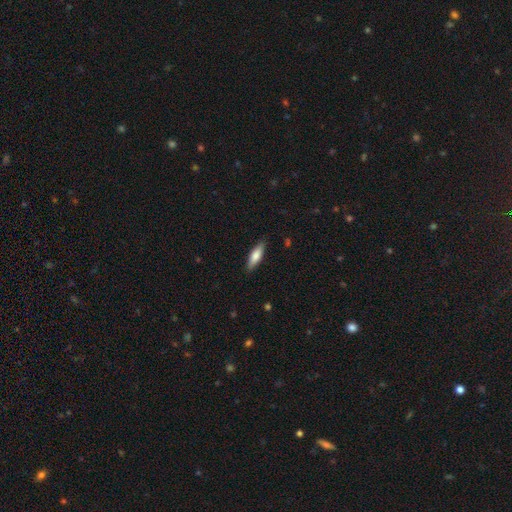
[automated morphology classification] Smooth or featured? Predicted: smooth (p=0.76). How rounded? Predicted: in between (p=0.50). Merging? Predicted: none (p=0.87).